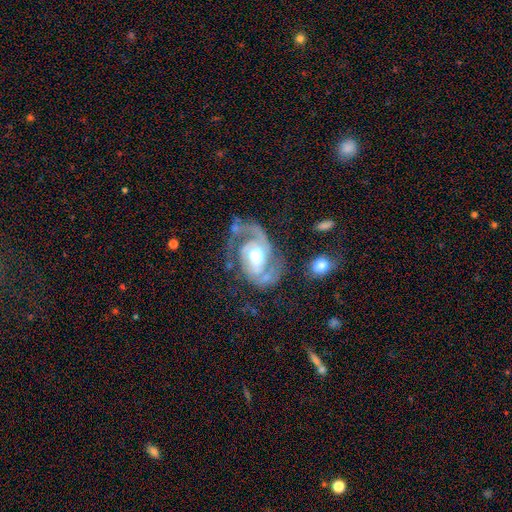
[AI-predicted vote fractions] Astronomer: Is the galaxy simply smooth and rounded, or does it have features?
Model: featured or disk — 89%.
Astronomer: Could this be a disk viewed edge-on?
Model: no — 97%.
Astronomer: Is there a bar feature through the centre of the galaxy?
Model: no — 55% (runner-up: weak, 33%).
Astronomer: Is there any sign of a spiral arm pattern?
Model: yes — 95%.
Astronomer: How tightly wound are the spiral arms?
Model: medium — 47% (runner-up: tight, 34%).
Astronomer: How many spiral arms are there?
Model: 2 — 75%.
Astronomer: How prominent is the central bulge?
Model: moderate — 68%.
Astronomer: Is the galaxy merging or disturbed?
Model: none — 49%.